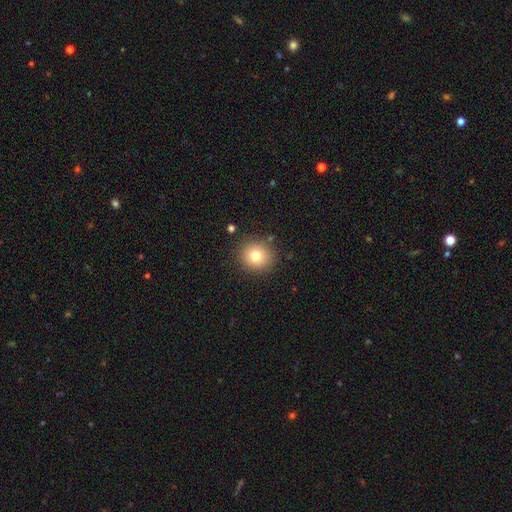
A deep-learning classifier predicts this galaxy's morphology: smooth_or_featured: smooth (p=0.76) [alt: star or artifact p=0.13]
how_rounded: round (p=0.85) [alt: in between p=0.14]
merging: none (p=0.87) [alt: minor disturbance p=0.08]